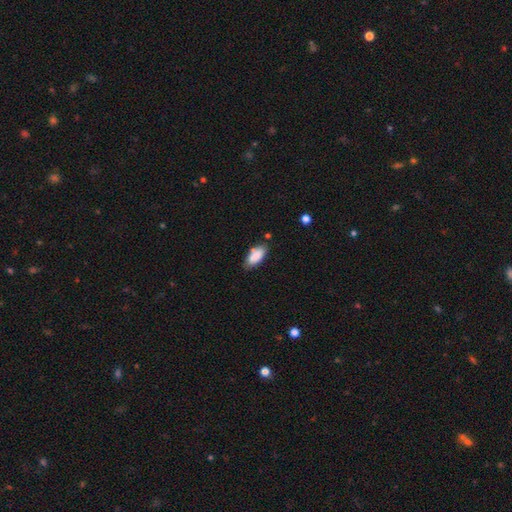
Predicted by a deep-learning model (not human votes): A smooth galaxy with no disk features (87%) that is in between round and cigar-shaped (87%).

Vote fractions:
- Smooth or featured? smooth: 87% / star or artifact: 7% / featured or disk: 7%
- How rounded? in between: 87% / cigar-shaped: 11% / round: 2%
- Merging? none: 74% / minor disturbance: 18% / merger: 5% / major disturbance: 3%